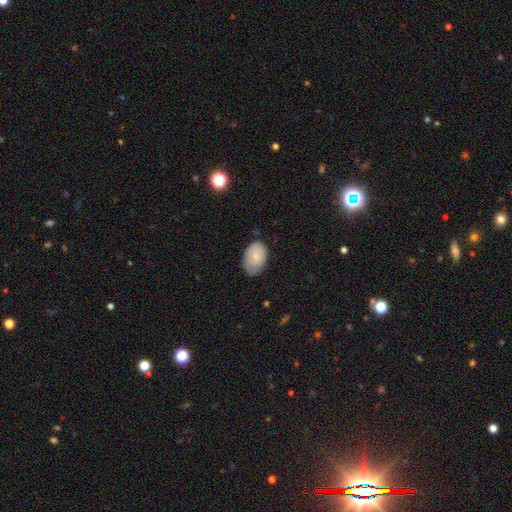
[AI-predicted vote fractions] Smooth or featured?
  - smooth: 77% *
  - featured or disk: 16%
  - star or artifact: 7%
How rounded?
  - in between: 88% *
  - round: 11%
  - cigar-shaped: 1%
Merging?
  - none: 68% *
  - minor disturbance: 26%
  - major disturbance: 5%
  - merger: 1%